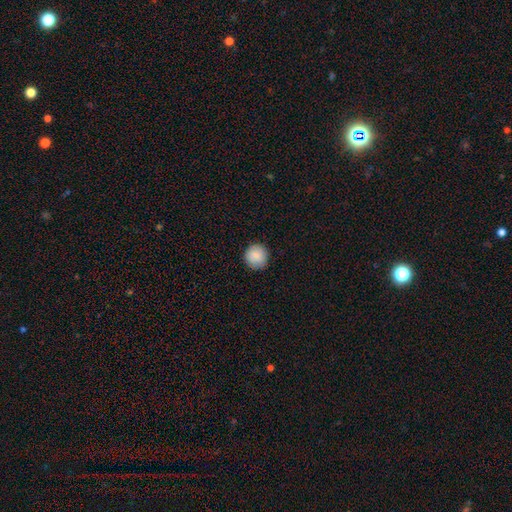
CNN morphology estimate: Q: Smooth or featured?
A: smooth (88%); runner-up: star or artifact (7%)
Q: How rounded?
A: round (94%); runner-up: in between (5%)
Q: Merging?
A: none (91%); runner-up: minor disturbance (7%)